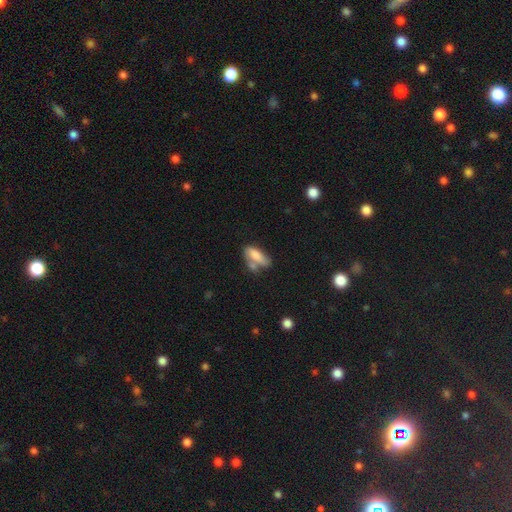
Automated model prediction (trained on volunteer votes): Morphology: type=smooth (74%); roundness=in between (77%); merging=none (36%).